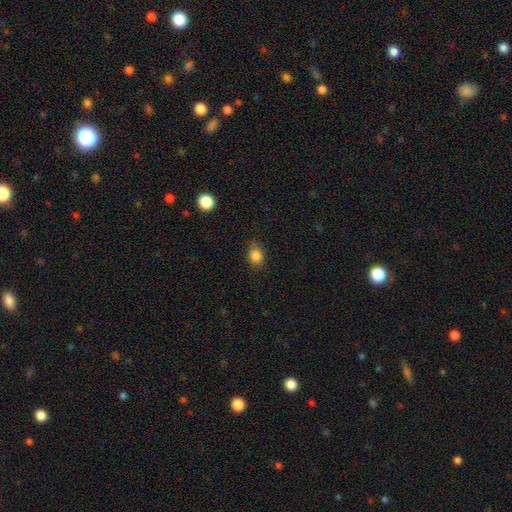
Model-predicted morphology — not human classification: This appears to be a smooth galaxy with no disk features (85%) that is in between round and cigar-shaped (56%). Merging: none (76%).